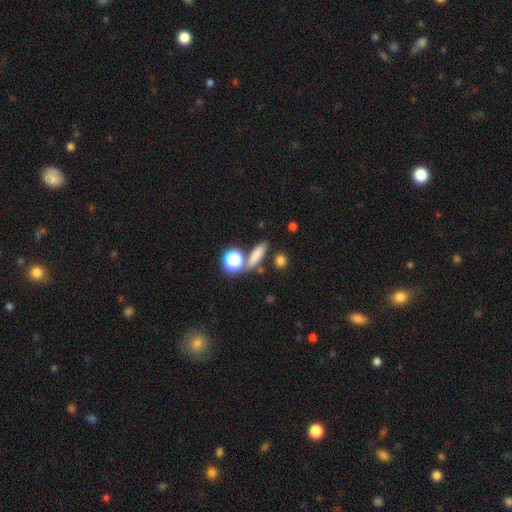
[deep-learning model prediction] Smooth or featured?
  - smooth: 75% *
  - star or artifact: 15%
  - featured or disk: 10%
How rounded?
  - cigar-shaped: 45% *
  - in between: 36%
  - round: 19%
Merging?
  - none: 72% *
  - merger: 13%
  - minor disturbance: 11%
  - major disturbance: 4%